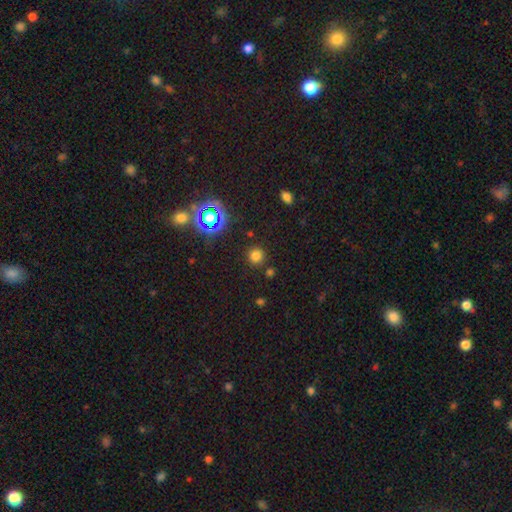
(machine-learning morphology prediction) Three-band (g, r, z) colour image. It shows a smooth galaxy with no disk features (73%) that is round (93%). Merging: none (87%).